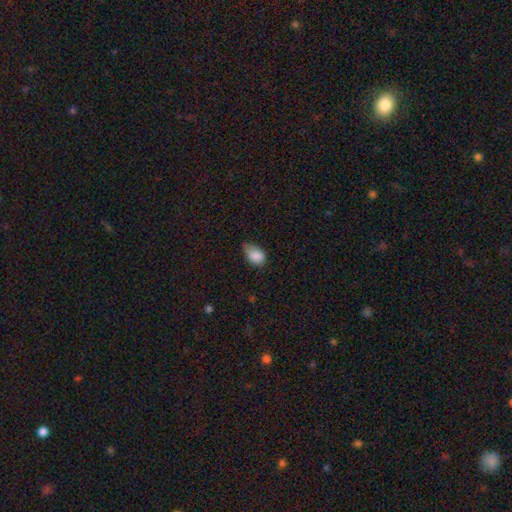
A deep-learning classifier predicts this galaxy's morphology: Smooth or featured? smooth (85%)
How rounded? in between (82%)
Merging? minor disturbance (50%)